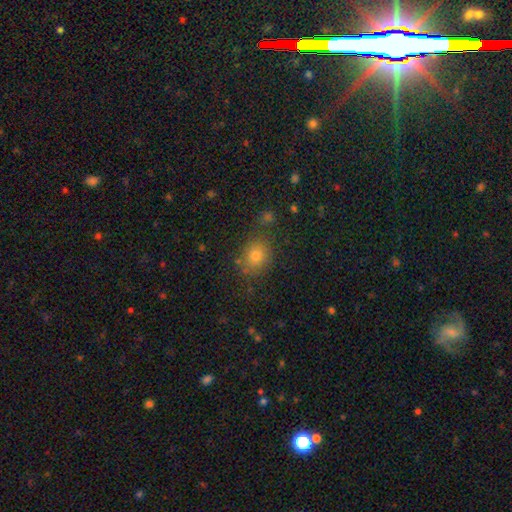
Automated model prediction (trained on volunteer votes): smooth-or-featured: smooth: 76% | star or artifact: 15% | featured or disk: 9%
  how-rounded: round: 59% | in between: 40% | cigar-shaped: 1%
  merging: none: 78% | minor disturbance: 13% | merger: 5% | major disturbance: 4%